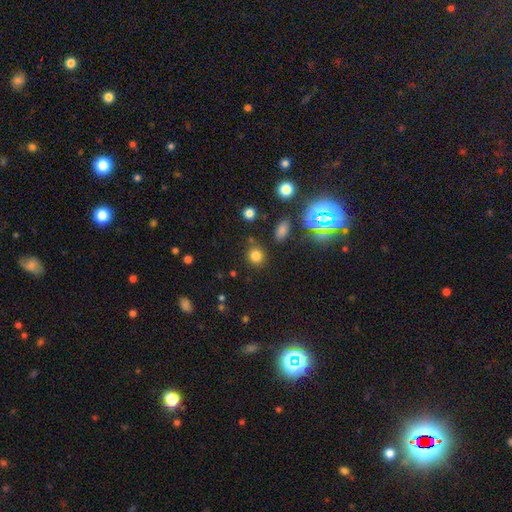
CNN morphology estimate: This is likely a smooth galaxy (76%). How rounded: clearly round (87%). Merging: clearly none (82%).